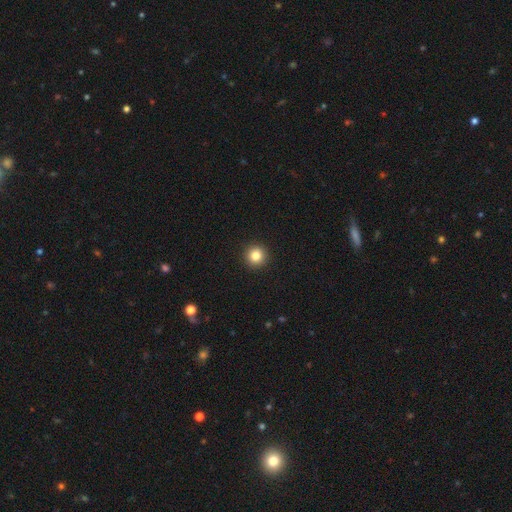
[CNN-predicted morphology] Smooth or featured: smooth — 83% (star or artifact — 11%)
How rounded: round — 95% (in between — 4%)
Merging: none — 94% (minor disturbance — 4%)